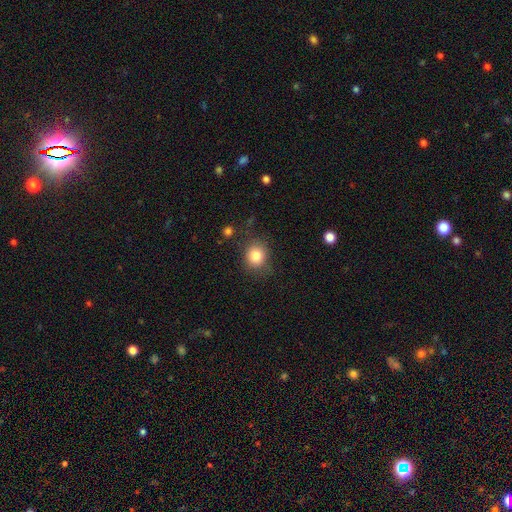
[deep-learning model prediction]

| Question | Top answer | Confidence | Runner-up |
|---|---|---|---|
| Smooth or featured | smooth | 83% | star or artifact (11%) |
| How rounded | round | 76% | in between (23%) |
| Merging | none | 80% | minor disturbance (13%) |